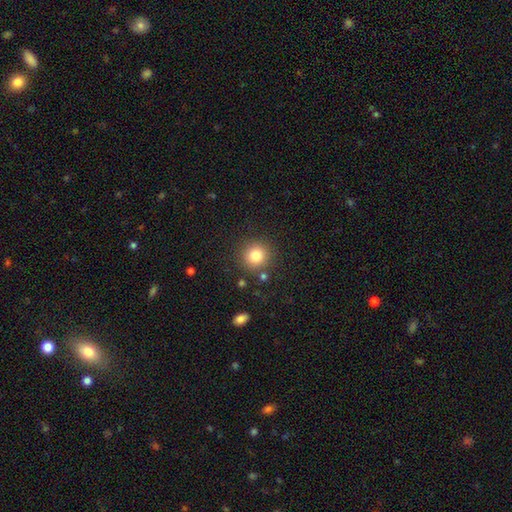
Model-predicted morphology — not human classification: Smooth or featured? Predicted: smooth (p=0.81). How rounded? Predicted: round (p=0.93). Merging? Predicted: none (p=0.86).